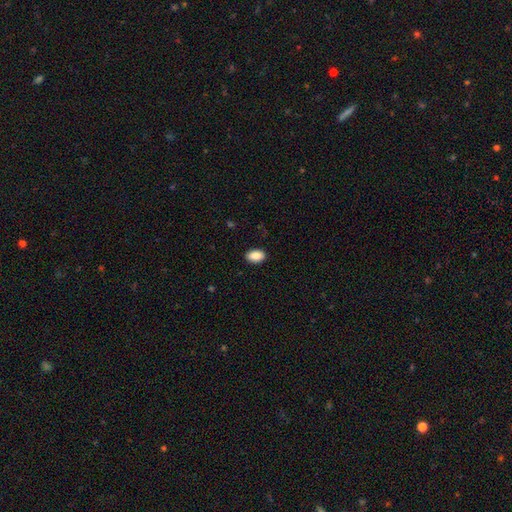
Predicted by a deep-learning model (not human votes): Q: Smooth or featured?
A: smooth (90%); runner-up: star or artifact (7%)
Q: How rounded?
A: in between (90%); runner-up: round (8%)
Q: Merging?
A: none (89%); runner-up: minor disturbance (8%)